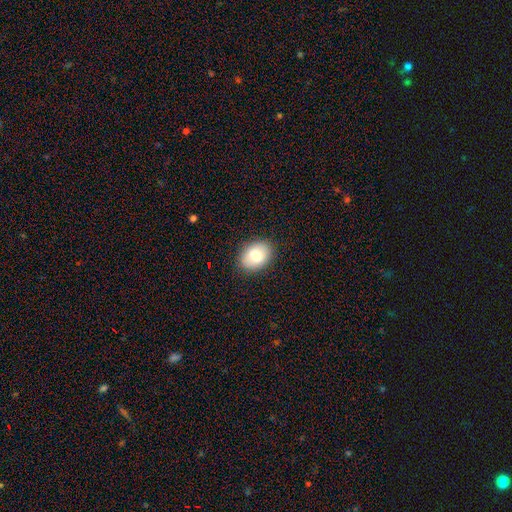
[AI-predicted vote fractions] smooth 78%, featured or disk 15%, star or artifact 8%. Down the decision tree: how rounded — in between (75%); merging — none (86%).